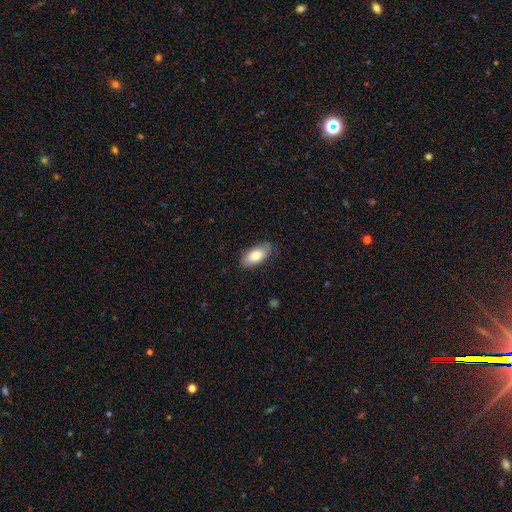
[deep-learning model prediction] Morphology: type=smooth (78%); roundness=in between (91%); merging=none (80%).